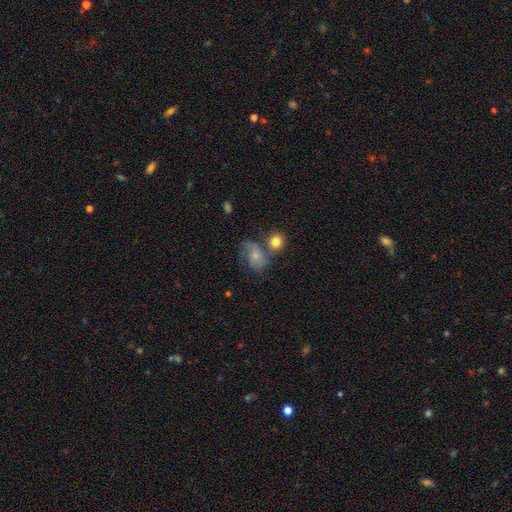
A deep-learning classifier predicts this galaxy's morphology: Smooth or featured: smooth — 47% (featured or disk — 43%)
Merging: none — 38% (merger — 25%)